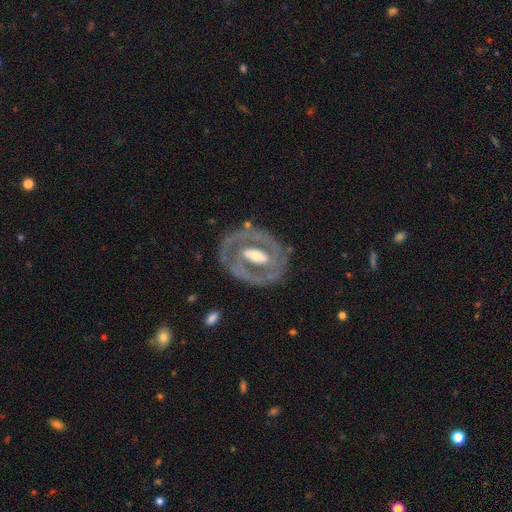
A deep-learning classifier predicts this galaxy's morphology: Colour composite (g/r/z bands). It shows a featured or disk galaxy (78%) with no bar (36%), no spiral arms (55%) and a moderate central bulge (53%). Merging: none (70%).